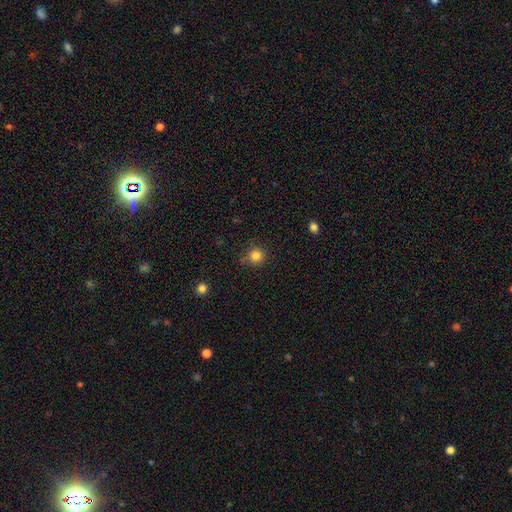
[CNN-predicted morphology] Smooth or featured: smooth — 83% (star or artifact — 12%)
How rounded: round — 94% (in between — 5%)
Merging: none — 83% (minor disturbance — 11%)